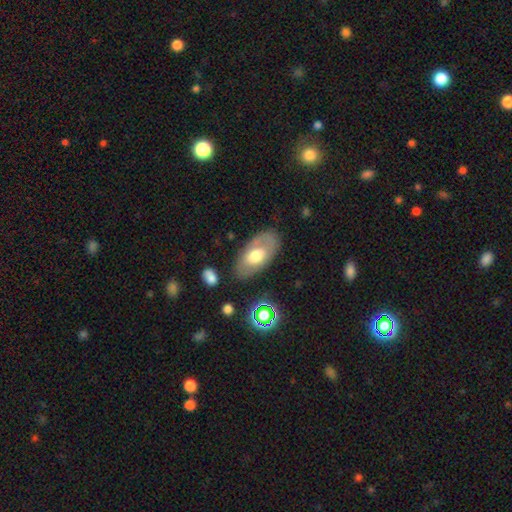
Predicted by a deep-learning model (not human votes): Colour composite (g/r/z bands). It shows a smooth galaxy with no disk features (55%) that is in between round and cigar-shaped (93%). Merging: none (78%).